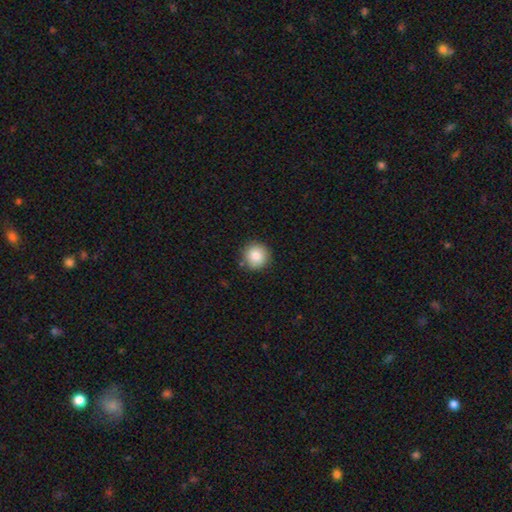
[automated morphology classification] smooth-or-featured: smooth: 84% | star or artifact: 9% | featured or disk: 7%
  how-rounded: round: 94% | in between: 5% | cigar-shaped: 1%
  merging: none: 87% | minor disturbance: 8% | major disturbance: 2% | merger: 2%